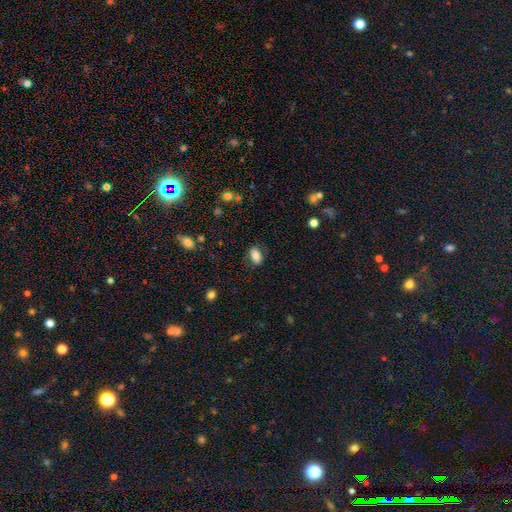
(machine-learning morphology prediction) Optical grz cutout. It shows a smooth galaxy with no disk features (78%) that is in between round and cigar-shaped (86%). Merging: none (79%).